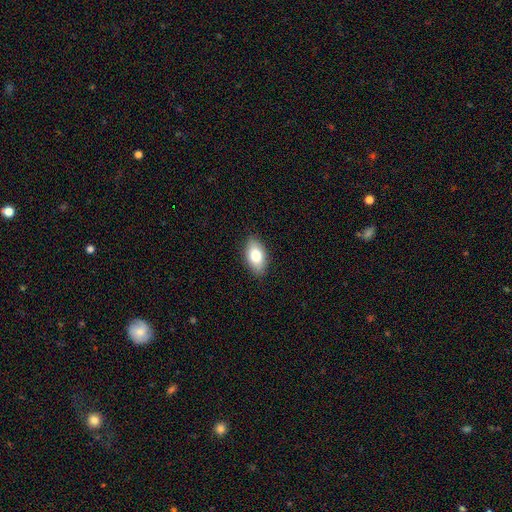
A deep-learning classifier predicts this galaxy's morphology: Overall: smooth (77%). How rounded: in between (92%). Merging: none (88%).